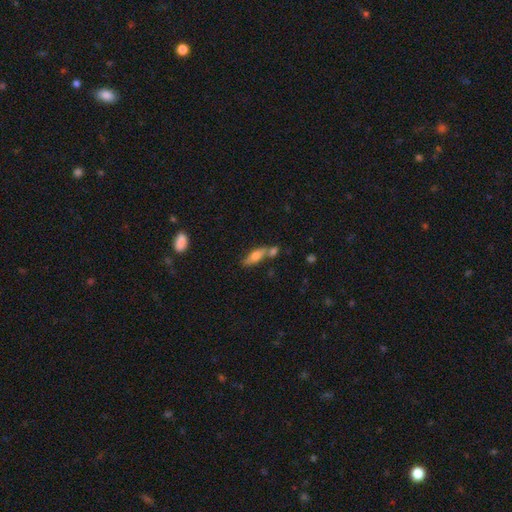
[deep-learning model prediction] smooth-or-featured: smooth: 64% | featured or disk: 28% | star or artifact: 8%
  how-rounded: in between: 56% | cigar-shaped: 41% | round: 4%
  merging: none: 48% | merger: 33% | minor disturbance: 14% | major disturbance: 5%